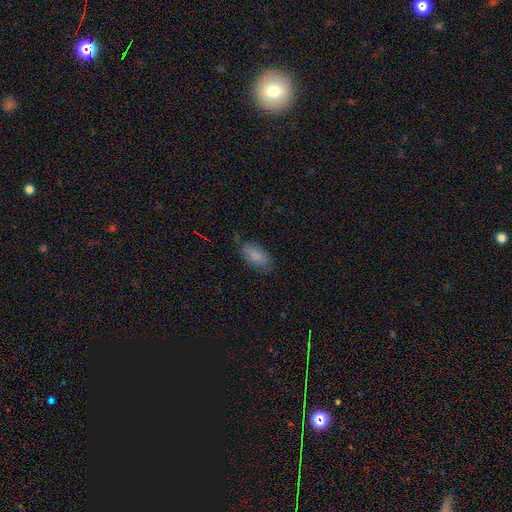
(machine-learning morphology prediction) A smooth galaxy with no disk features (85%) that is in between round and cigar-shaped (91%).

Vote fractions:
- Smooth or featured? smooth: 85% / star or artifact: 8% / featured or disk: 7%
- How rounded? in between: 91% / cigar-shaped: 7% / round: 3%
- Merging? none: 68% / minor disturbance: 24% / major disturbance: 6% / merger: 2%